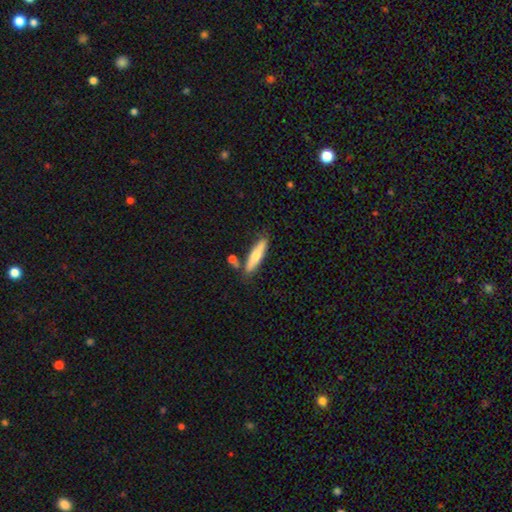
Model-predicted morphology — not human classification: This is likely a smooth galaxy (62%). How rounded: likely cigar-shaped (80%). Merging: likely none (78%).